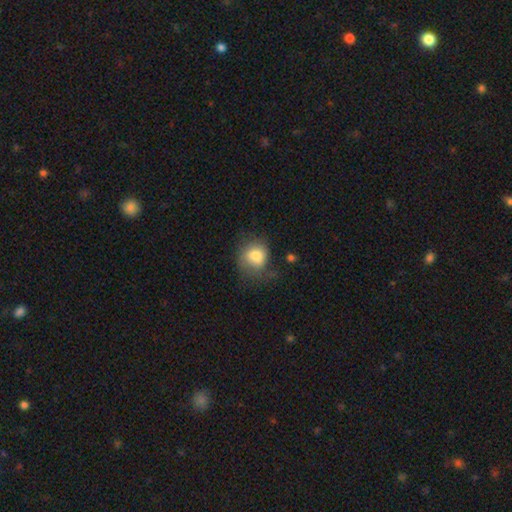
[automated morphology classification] type=smooth (78%); roundness=round (71%); merging=none (51%).